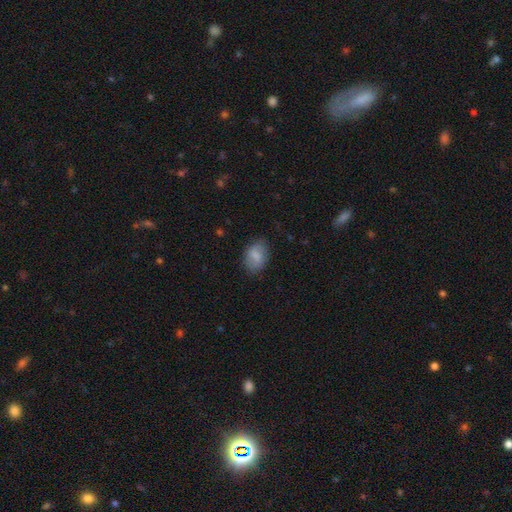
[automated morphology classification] smooth 73%, featured or disk 20%, star or artifact 7%. Down the decision tree: how rounded — in between (85%); merging — none (76%).